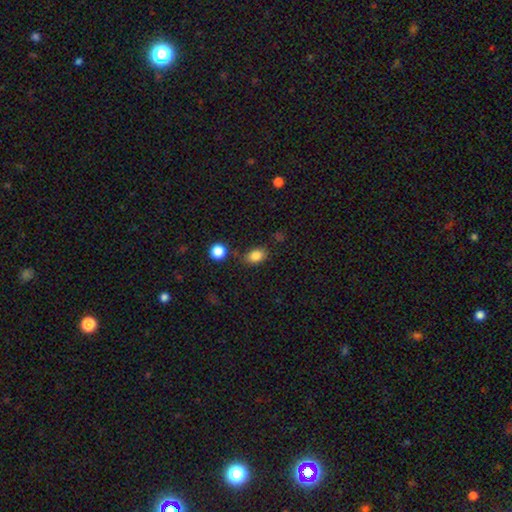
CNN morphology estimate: smooth_or_featured: smooth (p=0.84) [alt: star or artifact p=0.10]
how_rounded: in between (p=0.73) [alt: round p=0.26]
merging: none (p=0.78) [alt: minor disturbance p=0.13]